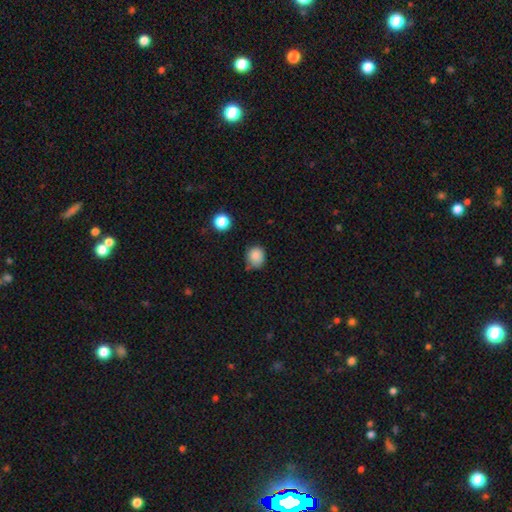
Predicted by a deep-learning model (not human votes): Smooth or featured? smooth (85%)
How rounded? round (76%)
Merging? none (65%)